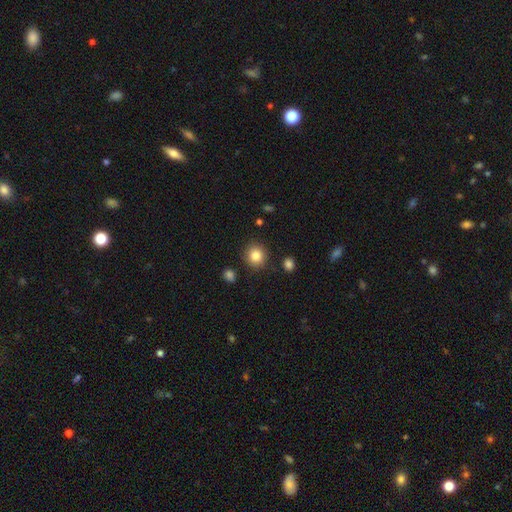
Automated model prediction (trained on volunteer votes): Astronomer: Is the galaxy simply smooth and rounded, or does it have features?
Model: smooth — 84%.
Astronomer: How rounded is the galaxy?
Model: round — 88%.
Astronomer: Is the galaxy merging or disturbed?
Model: none — 88%.